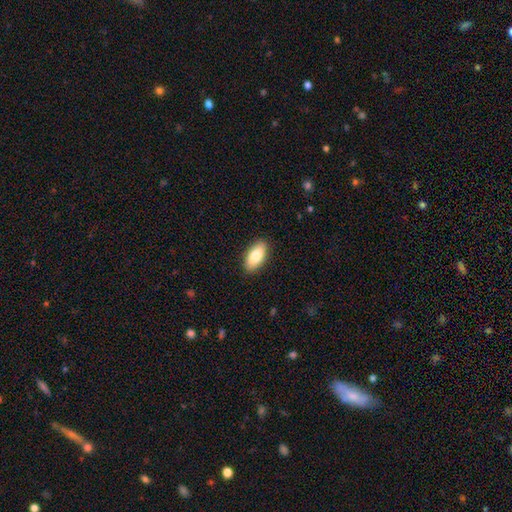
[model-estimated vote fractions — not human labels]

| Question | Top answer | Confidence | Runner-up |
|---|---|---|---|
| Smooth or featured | smooth | 82% | featured or disk (12%) |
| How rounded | in between | 92% | cigar-shaped (6%) |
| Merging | none | 89% | minor disturbance (8%) |